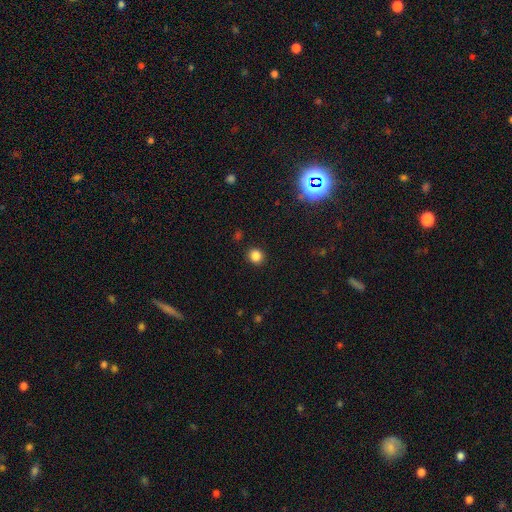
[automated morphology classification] A smooth galaxy with no disk features (84%) that is round (89%).

Vote fractions:
- Smooth or featured? smooth: 84% / star or artifact: 12% / featured or disk: 4%
- How rounded? round: 89% / in between: 10% / cigar-shaped: 1%
- Merging? none: 91% / minor disturbance: 6% / major disturbance: 2% / merger: 1%